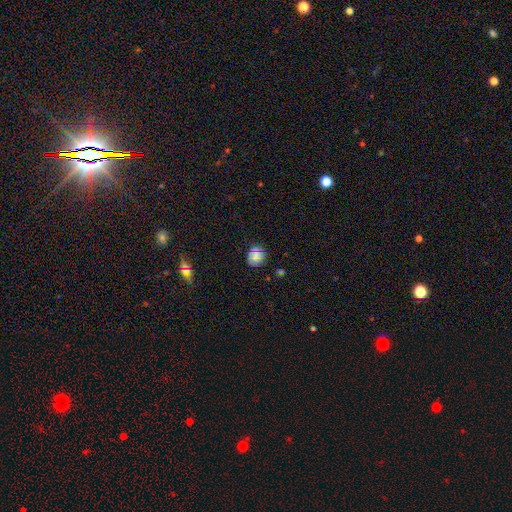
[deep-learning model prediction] smooth-or-featured: smooth: 68% | star or artifact: 21% | featured or disk: 11%
  how-rounded: round: 79% | in between: 19% | cigar-shaped: 2%
  merging: none: 85% | minor disturbance: 10% | major disturbance: 3% | merger: 2%